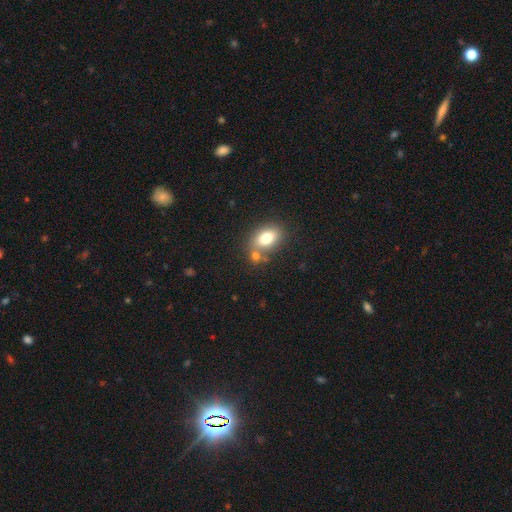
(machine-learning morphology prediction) This is likely a smooth galaxy (77%). How rounded: likely in between (75%). Merging: possibly none (56%).